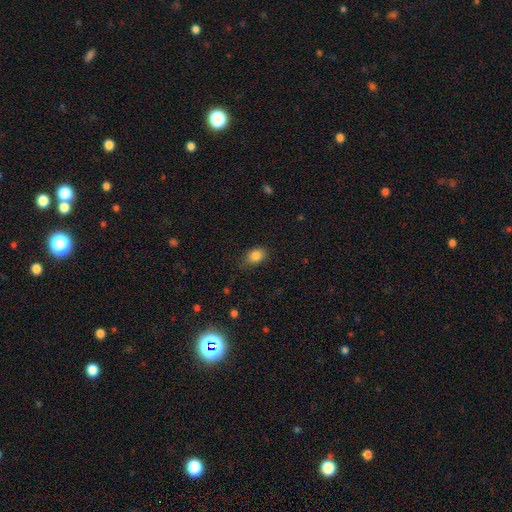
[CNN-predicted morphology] Smooth or featured?
  - smooth: 85% *
  - star or artifact: 10%
  - featured or disk: 5%
How rounded?
  - in between: 65% *
  - round: 34%
  - cigar-shaped: 1%
Merging?
  - none: 74% *
  - minor disturbance: 20%
  - major disturbance: 5%
  - merger: 1%